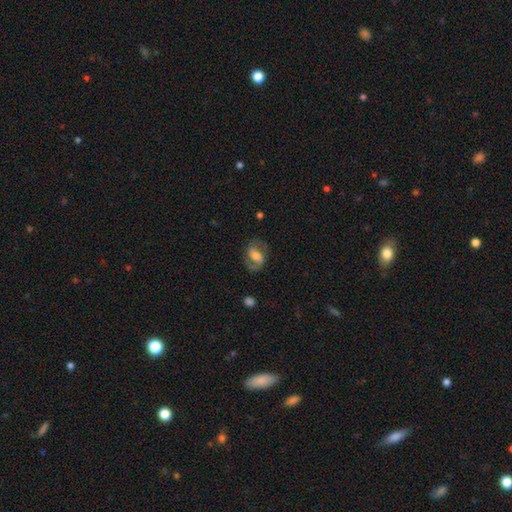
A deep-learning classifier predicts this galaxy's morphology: featured or disk 63%, smooth 30%, star or artifact 7%. Down the decision tree: edge-on disk — no (96%); bar — weak (43%); spiral arms — yes (85%); spiral arm count — 2 (84%); spiral winding — medium (50%); bulge size — moderate (46%); merging — none (68%).